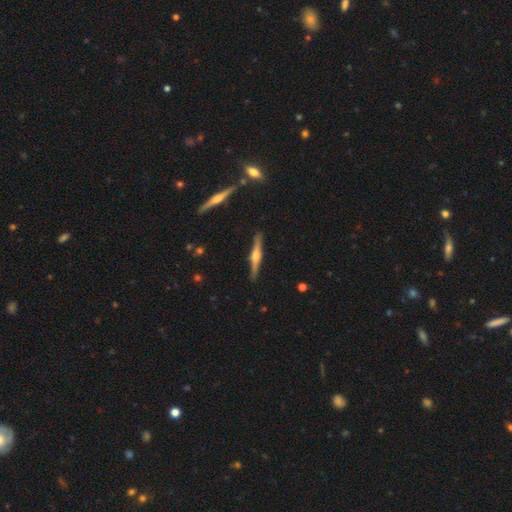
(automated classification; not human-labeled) A featured or disk galaxy (76%) viewed edge-on (98%) with a rounded central bulge (89%). Merging: none (90%).